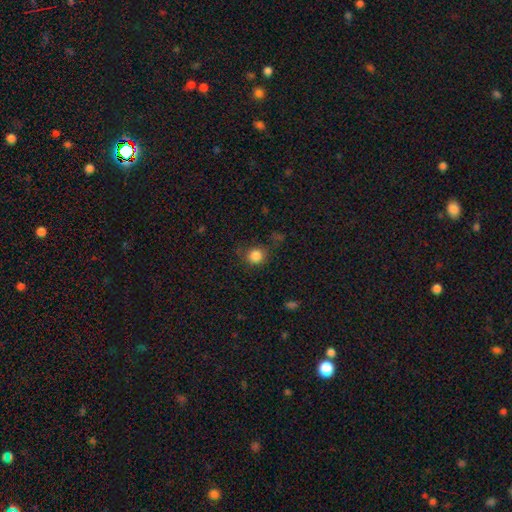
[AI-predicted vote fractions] A smooth galaxy with no disk features (84%) that is round (86%).

Vote fractions:
- Smooth or featured? smooth: 84% / star or artifact: 11% / featured or disk: 5%
- How rounded? round: 86% / in between: 13% / cigar-shaped: 1%
- Merging? none: 74% / minor disturbance: 17% / major disturbance: 6% / merger: 3%